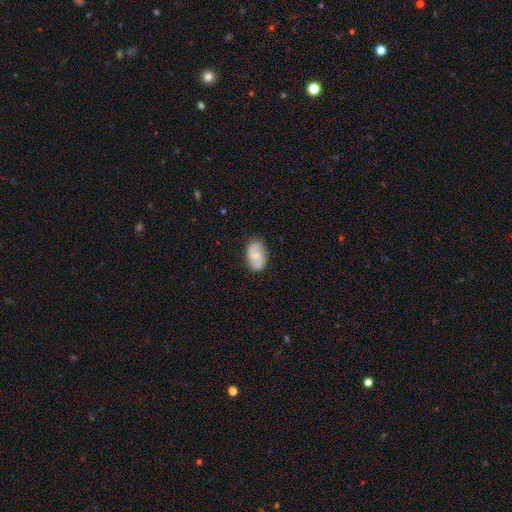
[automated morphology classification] featured or disk 55%, smooth 39%, star or artifact 6%. Down the decision tree: edge-on disk — no (96%); bar — no (56%); spiral arms — yes (83%); bulge size — moderate (47%); merging — none (82%).